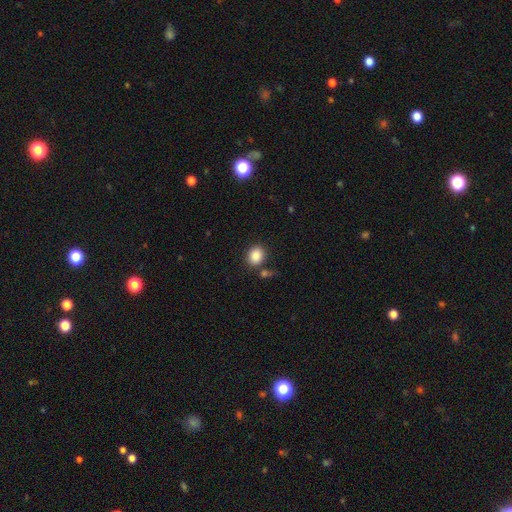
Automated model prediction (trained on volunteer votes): Morphology: type=smooth (87%); roundness=round (57%); merging=none (75%).